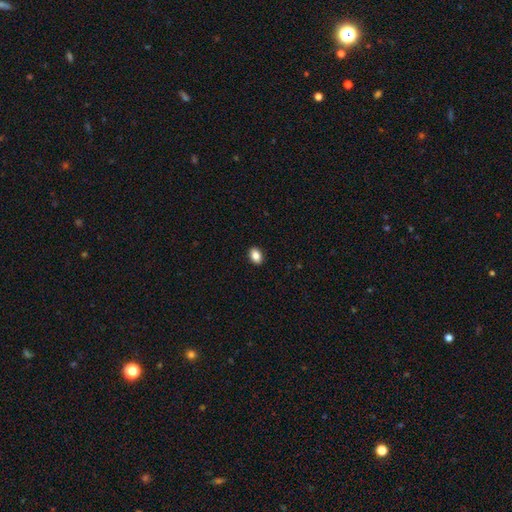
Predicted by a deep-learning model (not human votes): This appears to be a smooth galaxy with no disk features (86%) that is in between round and cigar-shaped (78%). Merging: none (91%).